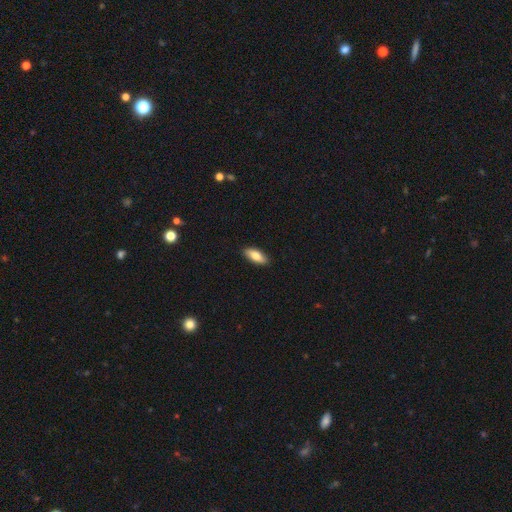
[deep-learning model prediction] The model was most divided on "how rounded": in between: 81%, cigar-shaped: 17%, round: 2%. More confident: merging — none (89%); smooth or featured — smooth (81%).